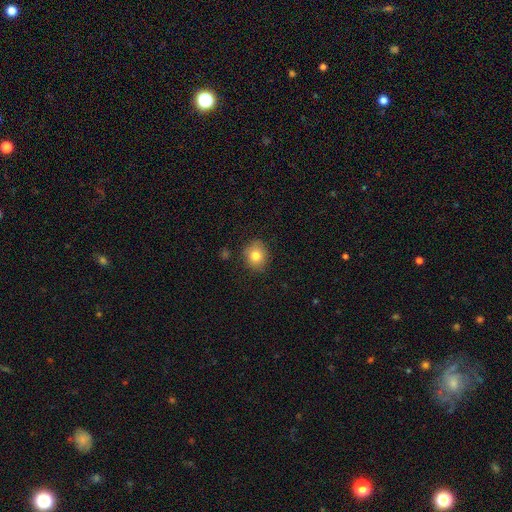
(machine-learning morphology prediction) type=smooth (80%); roundness=round (72%); merging=none (84%).